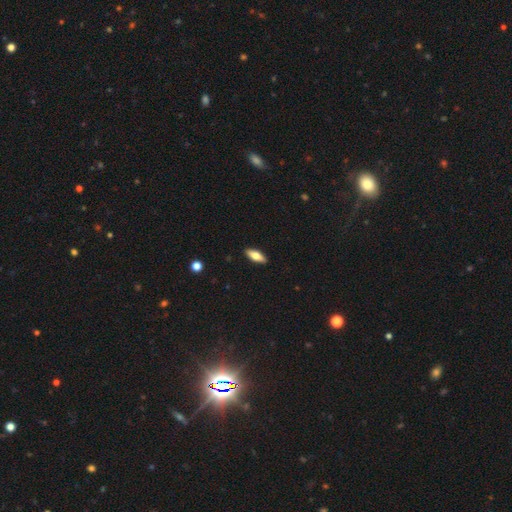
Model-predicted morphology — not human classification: Smooth or featured: smooth — 64% (featured or disk — 29%)
How rounded: in between — 67% (cigar-shaped — 31%)
Merging: none — 90% (minor disturbance — 7%)